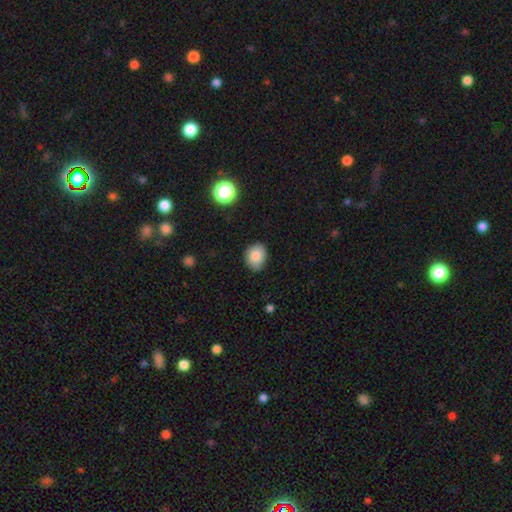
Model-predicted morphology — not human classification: Smooth or featured? smooth (81%)
How rounded? in between (51%)
Merging? none (81%)